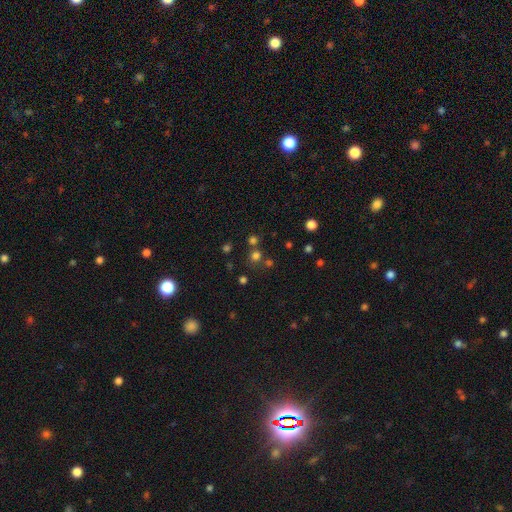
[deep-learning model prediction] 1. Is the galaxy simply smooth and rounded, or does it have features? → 64% smooth, 29% star or artifact, 7% featured or disk.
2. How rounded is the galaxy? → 89% round, 10% in between, 1% cigar-shaped.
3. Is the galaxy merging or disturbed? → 71% none, 17% merger, 8% minor disturbance, 4% major disturbance.